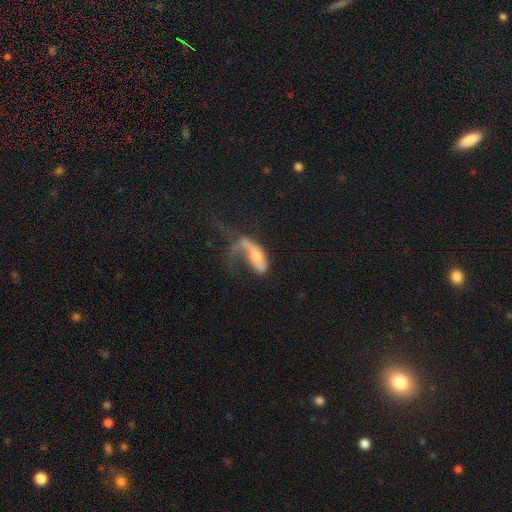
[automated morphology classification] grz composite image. It shows a featured or disk galaxy (53%). Merging: major disturbance (57%).